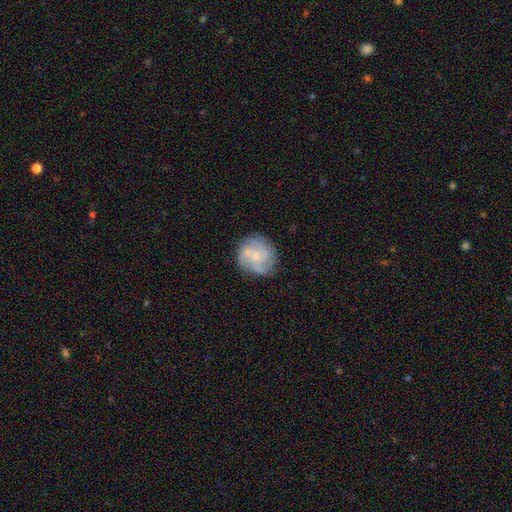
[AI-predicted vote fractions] Q: Smooth or featured?
A: featured or disk (68%); runner-up: smooth (25%)
Q: Edge-on disk?
A: no (98%); runner-up: yes (2%)
Q: Bar?
A: no (73%); runner-up: weak (24%)
Q: Spiral arms?
A: yes (91%); runner-up: no (9%)
Q: Spiral winding?
A: tight (45%); runner-up: medium (42%)
Q: Spiral arm count?
A: 3 (38%); runner-up: can't tell (21%)
Q: Bulge size?
A: small (61%); runner-up: moderate (29%)
Q: Merging?
A: none (78%); runner-up: minor disturbance (15%)